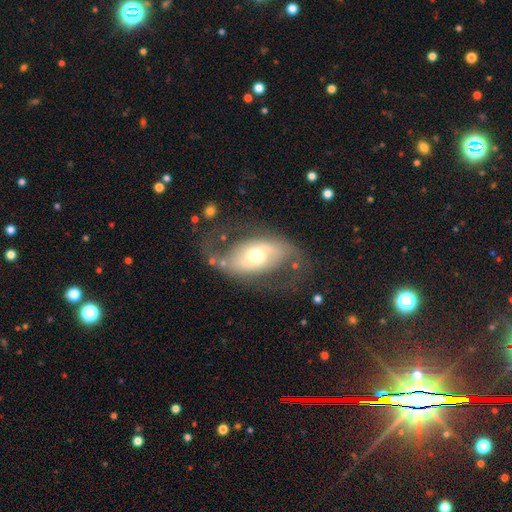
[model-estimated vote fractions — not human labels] Morphology: type=featured or disk (72%); edge-on=no (94%); bar=no (42%); spiral arms=yes (74%); bulge=moderate (67%); merging=none (65%).